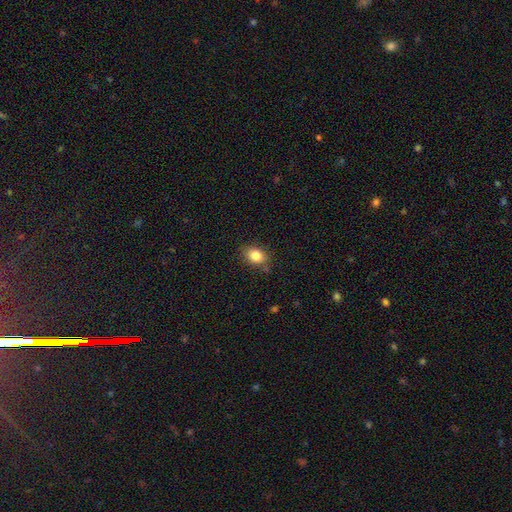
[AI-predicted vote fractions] Smooth or featured? Predicted: smooth (p=0.84). How rounded? Predicted: in between (p=0.65). Merging? Predicted: none (p=0.80).